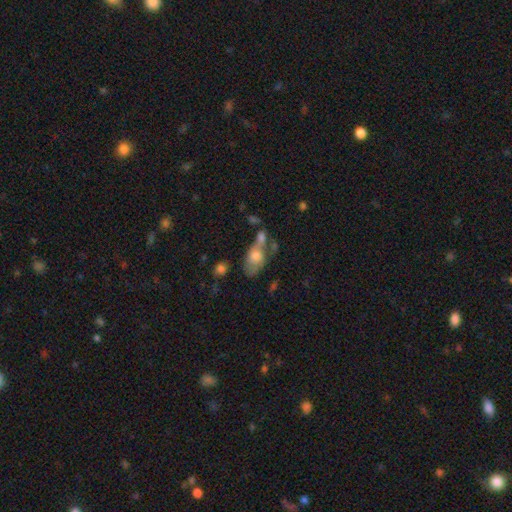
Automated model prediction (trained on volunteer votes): Smooth or featured: smooth — 63% (featured or disk — 28%)
How rounded: in between — 87% (round — 10%)
Merging: merger — 38% (none — 28%)